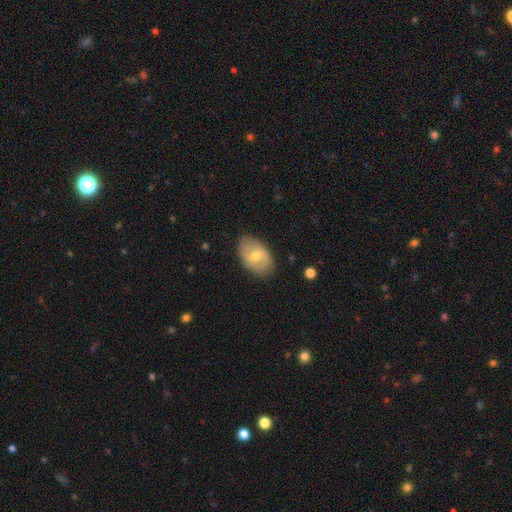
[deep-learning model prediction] Smooth or featured: smooth — 52% (featured or disk — 41%)
How rounded: in between — 88% (round — 11%)
Merging: none — 83% (minor disturbance — 13%)